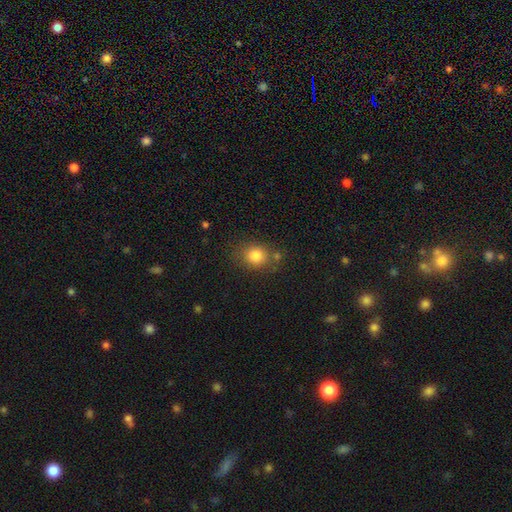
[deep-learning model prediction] Q: Smooth or featured?
A: smooth (82%); runner-up: star or artifact (11%)
Q: How rounded?
A: round (69%); runner-up: in between (30%)
Q: Merging?
A: none (73%); runner-up: minor disturbance (14%)